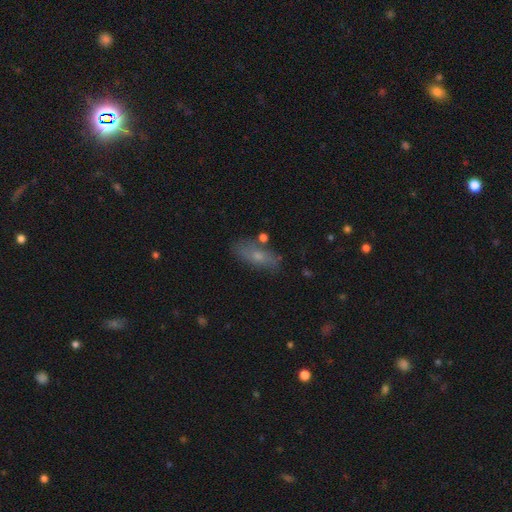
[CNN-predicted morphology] Overall: smooth (60%; featured or disk 30%). How rounded: in between (67%; cigar-shaped 29%). Merging: none (76%).